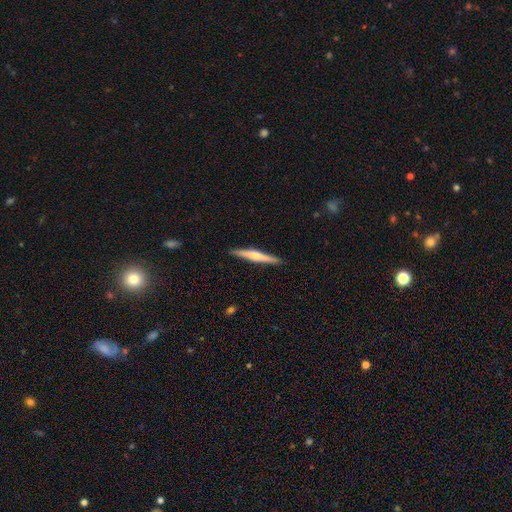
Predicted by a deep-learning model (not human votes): This is possibly a featured or disk galaxy (55%). It is clearly viewed edge-on (97%). Edge-on bulge: likely rounded (73%). Merging: clearly none (91%).